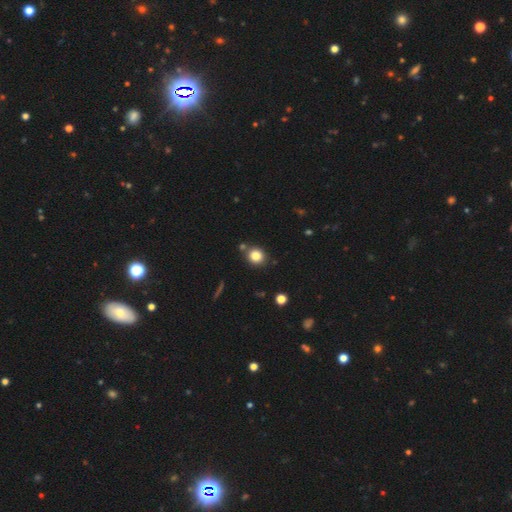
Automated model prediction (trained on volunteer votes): A smooth galaxy with no disk features (82%) that is round (84%).

Vote fractions:
- Smooth or featured? smooth: 82% / star or artifact: 11% / featured or disk: 6%
- How rounded? round: 84% / in between: 15% / cigar-shaped: 1%
- Merging? none: 79% / merger: 9% / minor disturbance: 9% / major disturbance: 3%